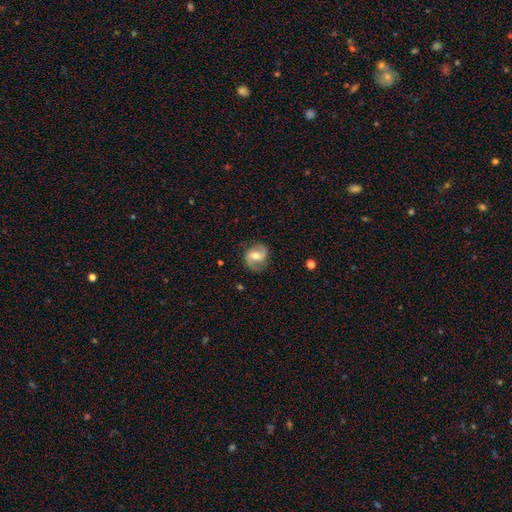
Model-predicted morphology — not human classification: smooth_or_featured: featured or disk (p=0.75) [alt: smooth p=0.19]
disk_edge_on: no (p=0.98) [alt: yes p=0.02]
bar: weak (p=0.45) [alt: no p=0.35]
has_spiral_arms: yes (p=0.93) [alt: no p=0.07]
spiral_winding: medium (p=0.45) [alt: loose p=0.38]
spiral_arm_count: 2 (p=0.90) [alt: can't tell p=0.04]
bulge_size: moderate (p=0.68) [alt: small p=0.25]
merging: none (p=0.81) [alt: minor disturbance p=0.14]